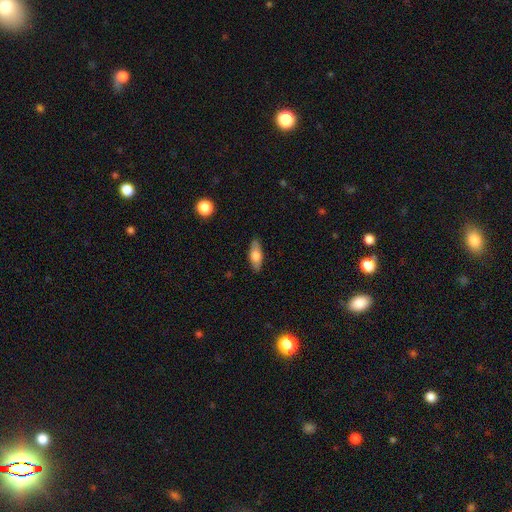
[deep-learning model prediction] smooth 66%, featured or disk 28%, star or artifact 6%. Down the decision tree: how rounded — in between (74%); merging — none (86%).